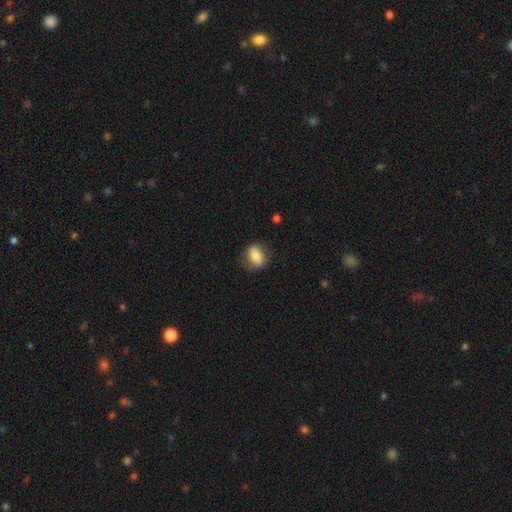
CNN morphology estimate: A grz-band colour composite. It shows a smooth galaxy with no disk features (79%) that is in between round and cigar-shaped (73%). Merging: none (76%).